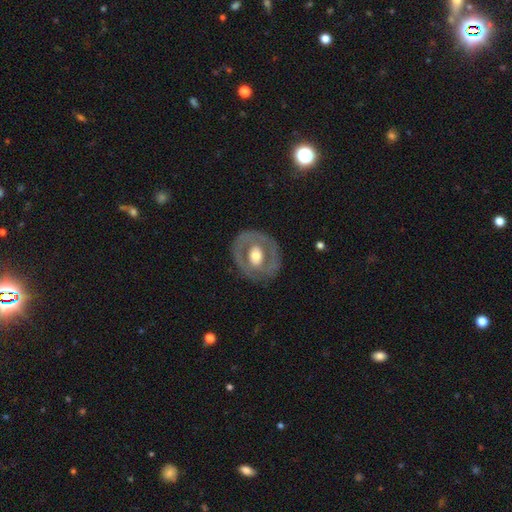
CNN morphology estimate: This is likely a featured or disk galaxy (64%). It is clearly not viewed edge-on (95%). Bar: likely no (66%). Spiral arm pattern: likely no (76%). Central bulge: likely moderate (63%). Merging: likely none (76%).